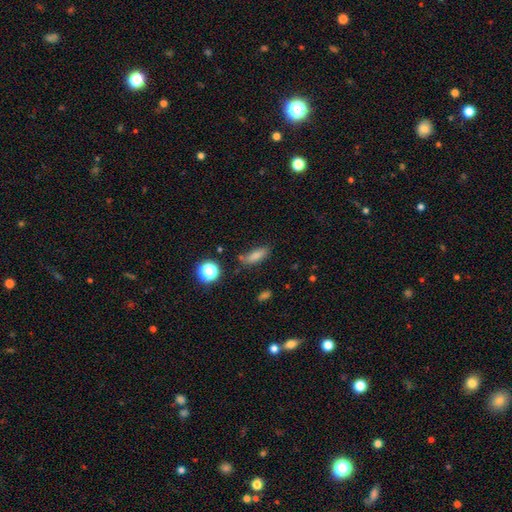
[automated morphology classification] Overall: smooth (79%). How rounded: in between (66%; cigar-shaped 28%). Merging: none (69%).